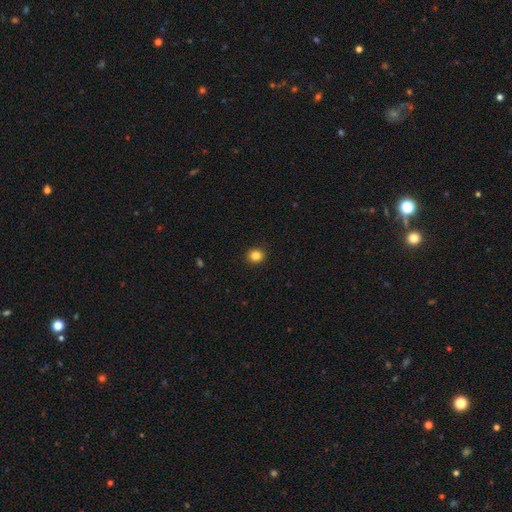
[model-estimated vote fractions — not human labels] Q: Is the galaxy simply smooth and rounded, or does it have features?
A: smooth — 84%.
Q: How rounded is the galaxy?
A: round — 87%.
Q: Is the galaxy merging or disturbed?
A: none — 92%.